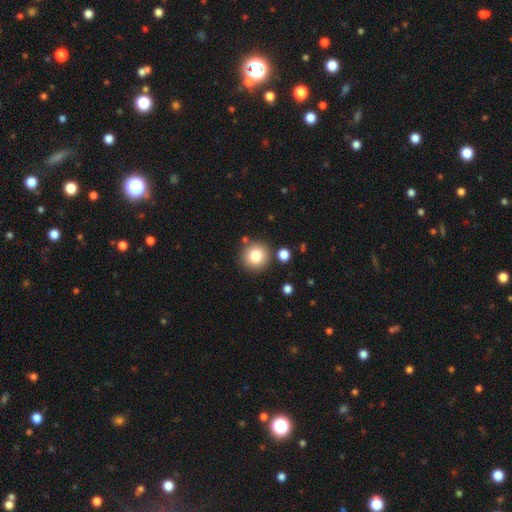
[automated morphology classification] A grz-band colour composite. It shows a smooth galaxy with no disk features (81%) that is round (94%). Merging: none (84%).